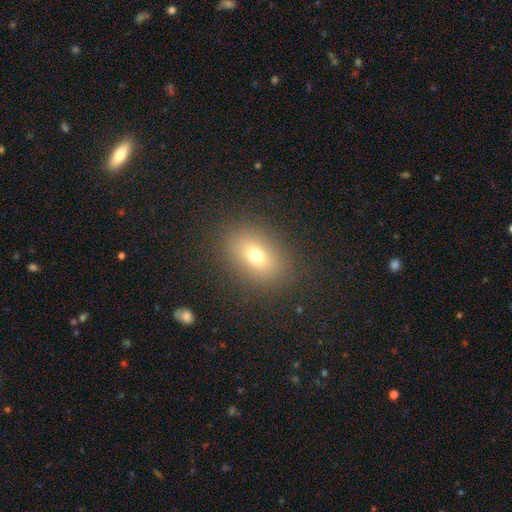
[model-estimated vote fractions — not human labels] Morphology: type=smooth (71%); roundness=in between (73%); merging=none (86%).